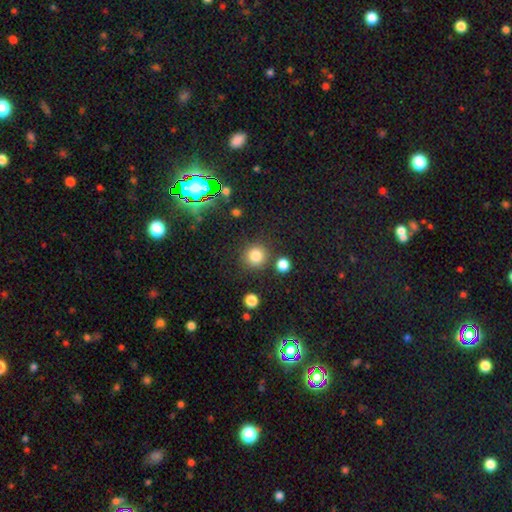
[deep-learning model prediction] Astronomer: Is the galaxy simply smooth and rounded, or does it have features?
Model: smooth — 81%.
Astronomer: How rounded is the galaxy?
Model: round — 92%.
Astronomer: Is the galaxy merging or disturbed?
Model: none — 82%.